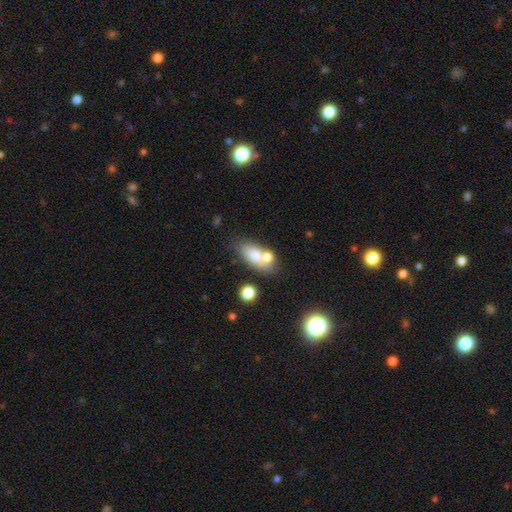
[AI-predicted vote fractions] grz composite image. It shows a smooth galaxy with no disk features (69%) that is in between round and cigar-shaped (81%). Merging: none (45%).